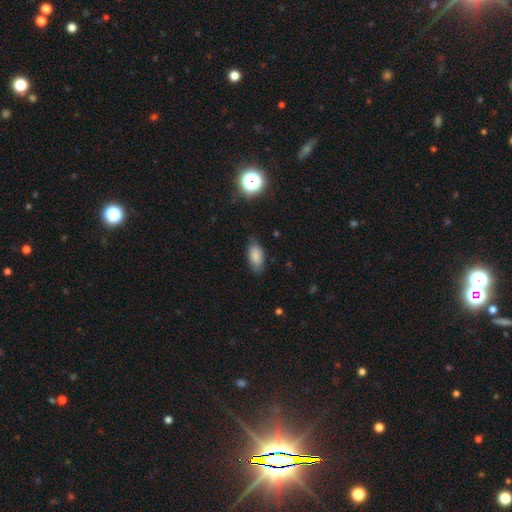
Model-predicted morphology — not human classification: A smooth galaxy with no disk features (82%) that is in between round and cigar-shaped (90%).

Vote fractions:
- Smooth or featured? smooth: 82% / star or artifact: 10% / featured or disk: 8%
- How rounded? in between: 90% / round: 5% / cigar-shaped: 5%
- Merging? none: 73% / minor disturbance: 21% / major disturbance: 4% / merger: 1%